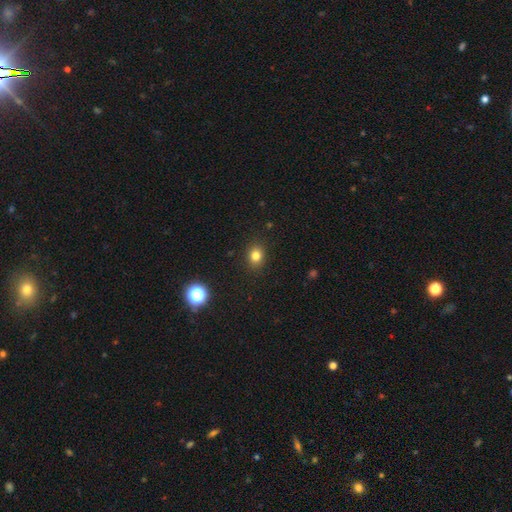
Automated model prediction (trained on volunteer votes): Morphology: type=smooth (81%); roundness=round (61%); merging=none (89%).